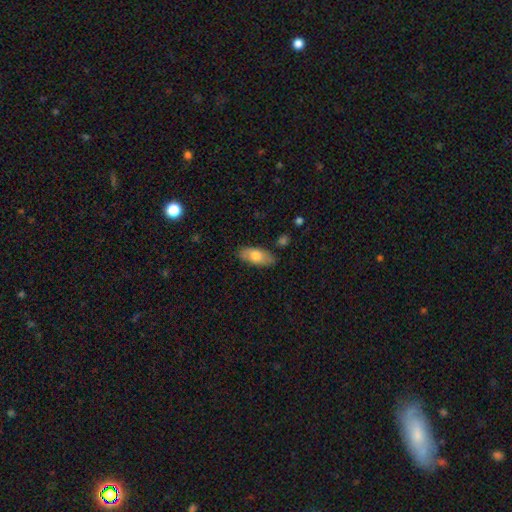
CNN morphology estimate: This is likely a smooth galaxy (74%). How rounded: clearly in between (88%). Merging: clearly none (83%).